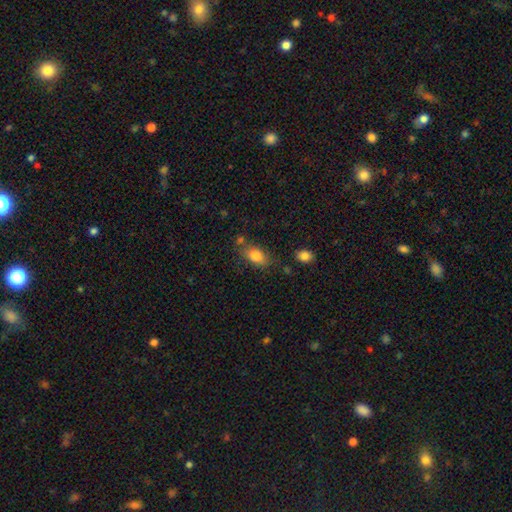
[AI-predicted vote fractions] A smooth galaxy with no disk features (81%) that is in between round and cigar-shaped (84%). Merging: none (68%).